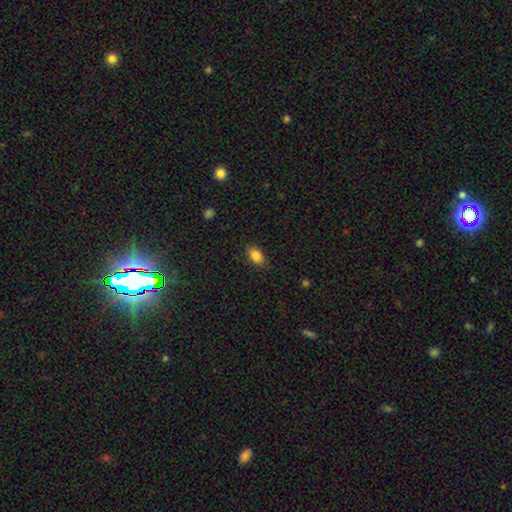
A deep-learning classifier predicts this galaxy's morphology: Smooth or featured? smooth (86%)
How rounded? in between (88%)
Merging? none (84%)